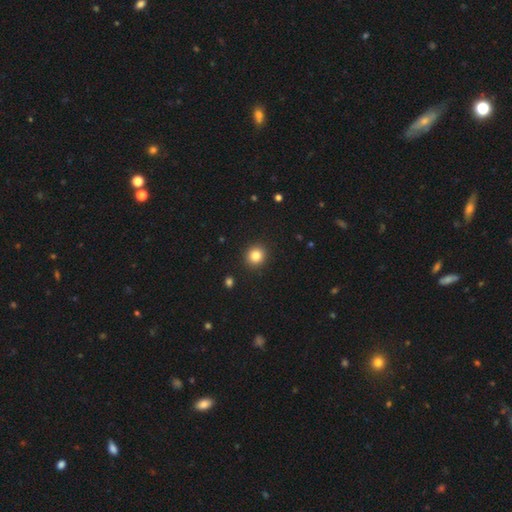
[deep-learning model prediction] smooth_or_featured: smooth (p=0.83) [alt: star or artifact p=0.11]
how_rounded: round (p=0.88) [alt: in between p=0.12]
merging: none (p=0.91) [alt: minor disturbance p=0.06]